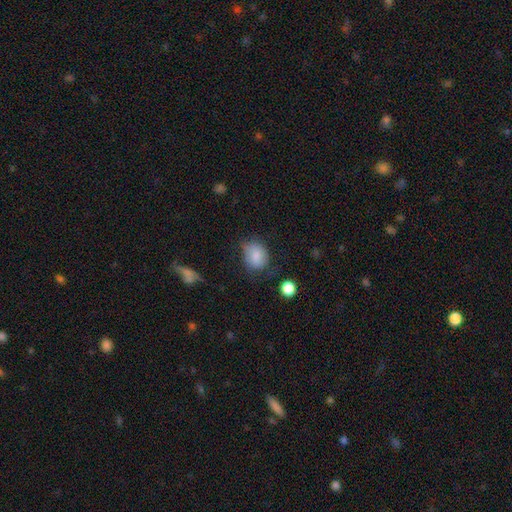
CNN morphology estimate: This appears to be a smooth galaxy with no disk features (79%) that is round (55%). Merging: none (56%).